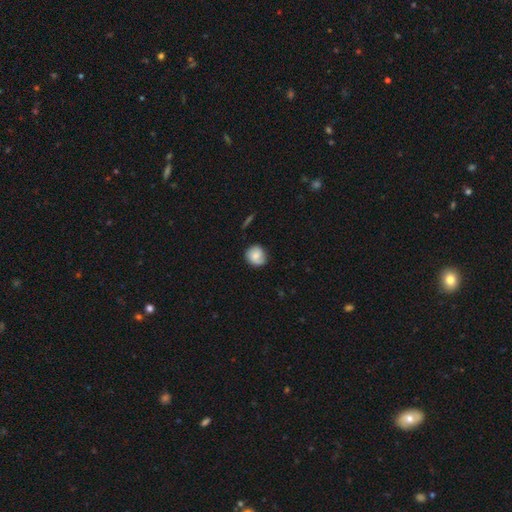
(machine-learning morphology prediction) smooth 65%, featured or disk 27%, star or artifact 8%. Down the decision tree: how rounded — round (83%); merging — none (74%).